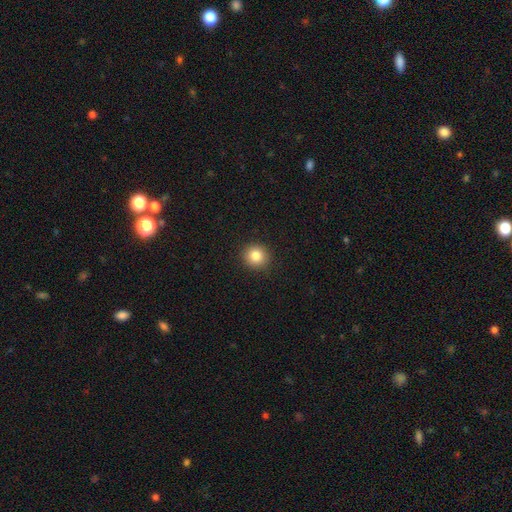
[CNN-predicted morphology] Smooth or featured?
  - smooth: 83% *
  - star or artifact: 10%
  - featured or disk: 6%
How rounded?
  - round: 91% *
  - in between: 8%
  - cigar-shaped: 1%
Merging?
  - none: 92% *
  - minor disturbance: 5%
  - major disturbance: 2%
  - merger: 1%